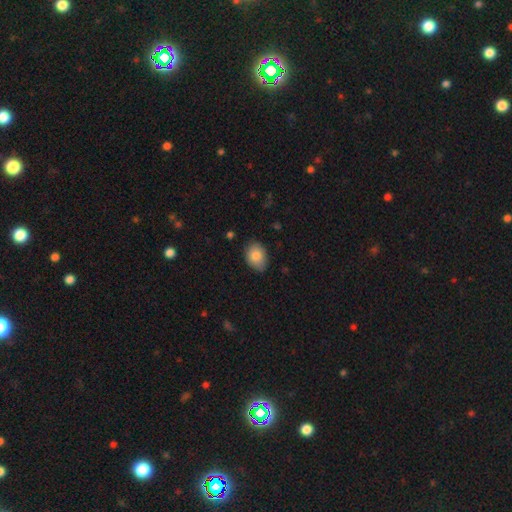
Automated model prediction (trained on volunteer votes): This is clearly a smooth galaxy (82%). How rounded: likely in between (74%). Merging: likely none (76%).